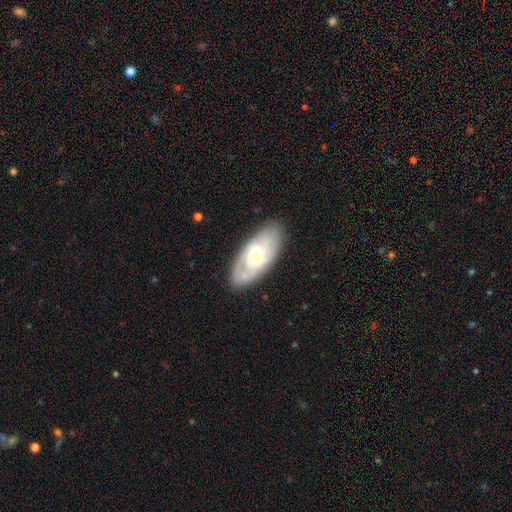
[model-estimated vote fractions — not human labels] featured or disk 58%, smooth 35%, star or artifact 6%. Down the decision tree: edge-on disk — no (89%); bar — no (52%); spiral arms — yes (71%); bulge size — small (45%); merging — none (78%).